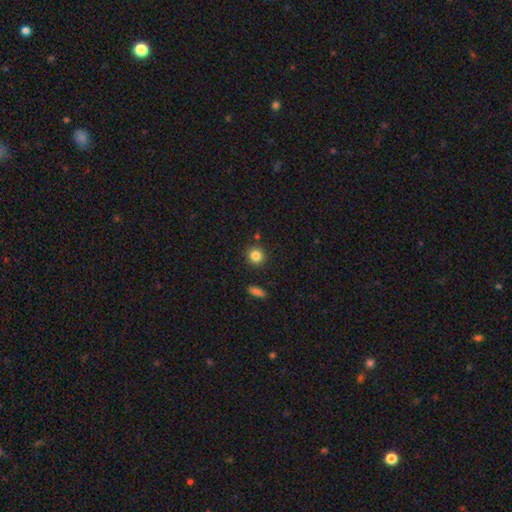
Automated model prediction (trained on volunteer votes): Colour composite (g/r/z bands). It shows a smooth galaxy with no disk features (84%) that is round (90%). Merging: none (87%).